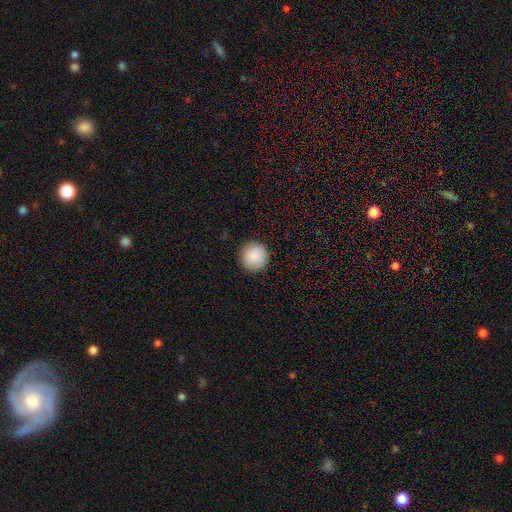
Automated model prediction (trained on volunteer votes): smooth-or-featured: smooth: 89% | star or artifact: 7% | featured or disk: 4%
  how-rounded: round: 94% | in between: 5% | cigar-shaped: 1%
  merging: none: 91% | minor disturbance: 7% | major disturbance: 2% | merger: 1%